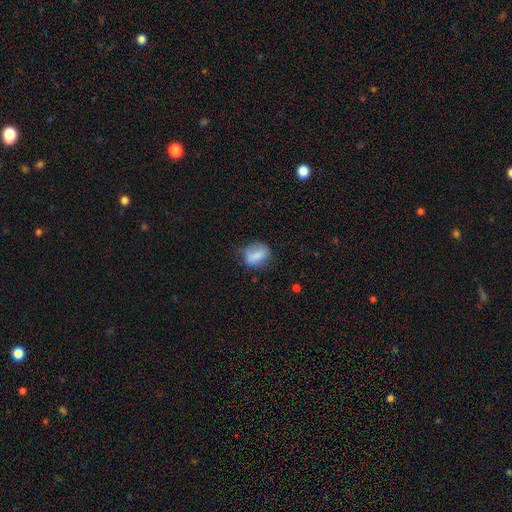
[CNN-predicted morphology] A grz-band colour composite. It shows a smooth galaxy with no disk features (76%) that is in between round and cigar-shaped (62%). Merging: none (60%).